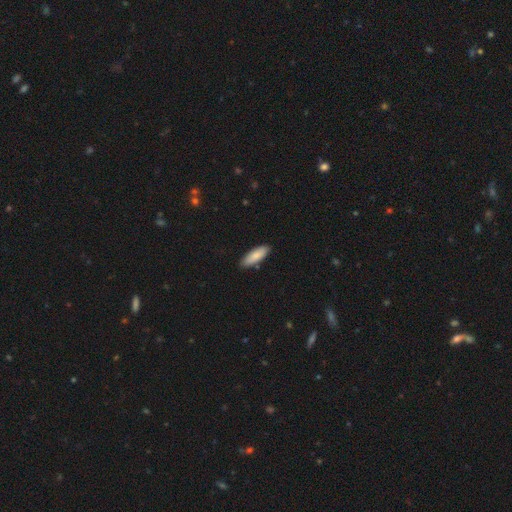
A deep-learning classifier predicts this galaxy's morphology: This appears to be a smooth galaxy with no disk features (84%) that is in between round and cigar-shaped (58%). Merging: none (86%).